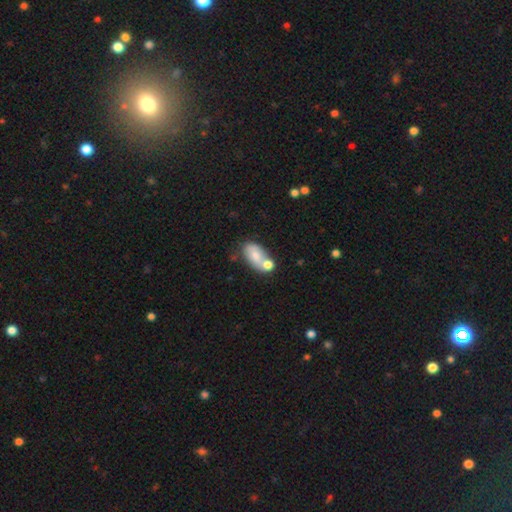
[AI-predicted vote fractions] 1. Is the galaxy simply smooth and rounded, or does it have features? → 68% smooth, 25% featured or disk, 8% star or artifact.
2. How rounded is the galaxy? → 88% in between, 9% round, 3% cigar-shaped.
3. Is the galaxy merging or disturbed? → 44% merger, 35% none, 15% minor disturbance, 6% major disturbance.